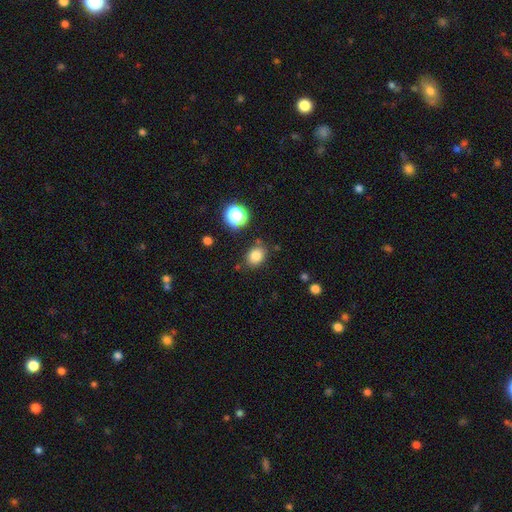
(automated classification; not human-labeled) A smooth galaxy with no disk features (81%) that is in between round and cigar-shaped (52%). Merging: none (79%).